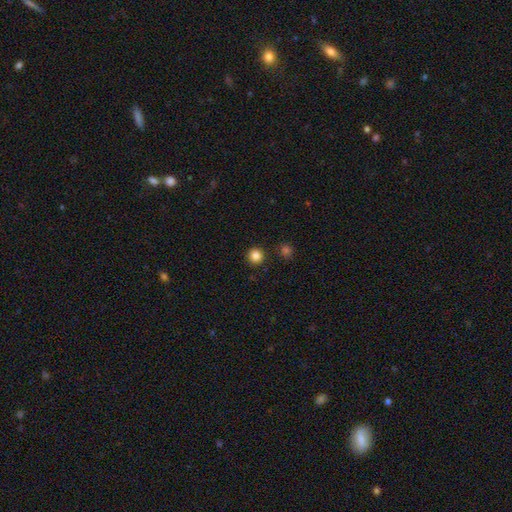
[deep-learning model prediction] Overall: smooth (85%). How rounded: round (94%). Merging: none (91%).